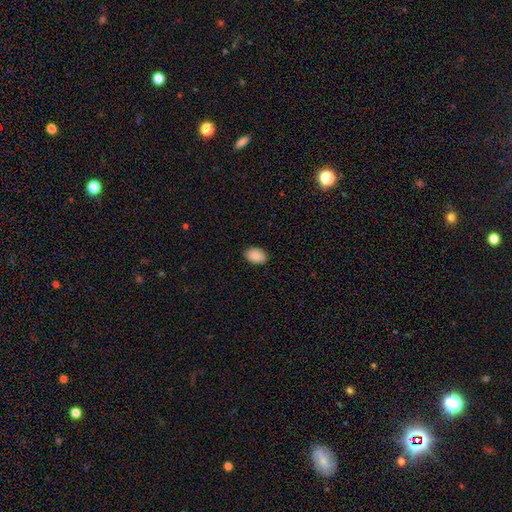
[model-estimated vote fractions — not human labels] Smooth or featured? Predicted: smooth (p=0.90). How rounded? Predicted: in between (p=0.85). Merging? Predicted: none (p=0.88).